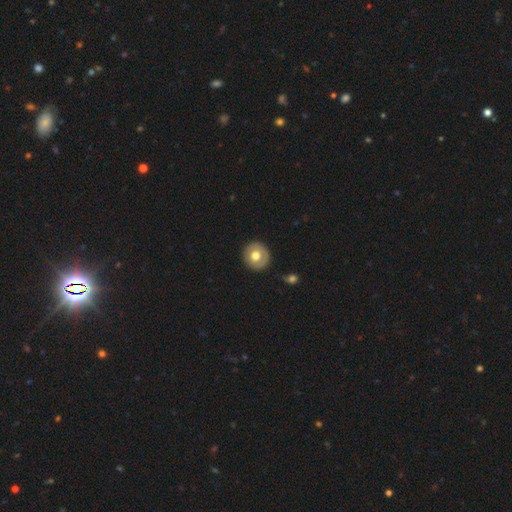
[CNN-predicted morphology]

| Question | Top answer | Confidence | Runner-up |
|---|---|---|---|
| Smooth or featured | smooth | 67% | featured or disk (25%) |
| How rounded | round | 93% | in between (6%) |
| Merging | none | 90% | minor disturbance (7%) |